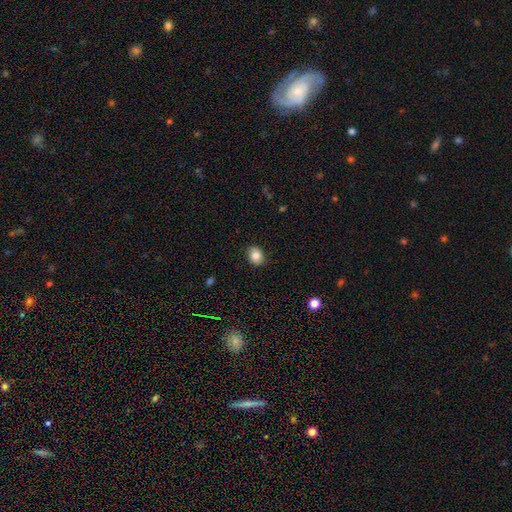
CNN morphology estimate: Overall: smooth (83%). How rounded: in between (52%; round 47%). Merging: none (88%).